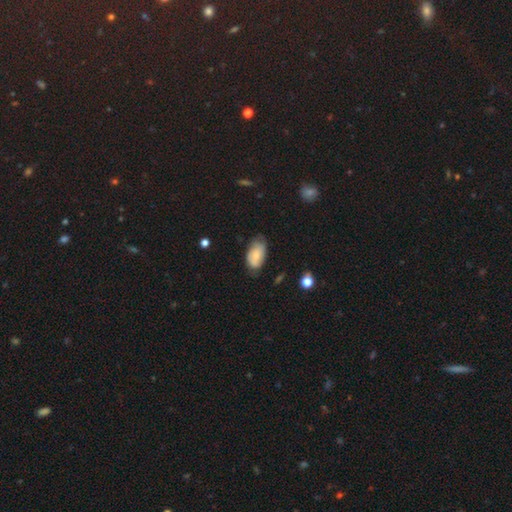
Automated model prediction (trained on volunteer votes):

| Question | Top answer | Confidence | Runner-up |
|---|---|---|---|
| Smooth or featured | smooth | 63% | featured or disk (30%) |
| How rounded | in between | 92% | round (6%) |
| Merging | none | 53% | minor disturbance (36%) |